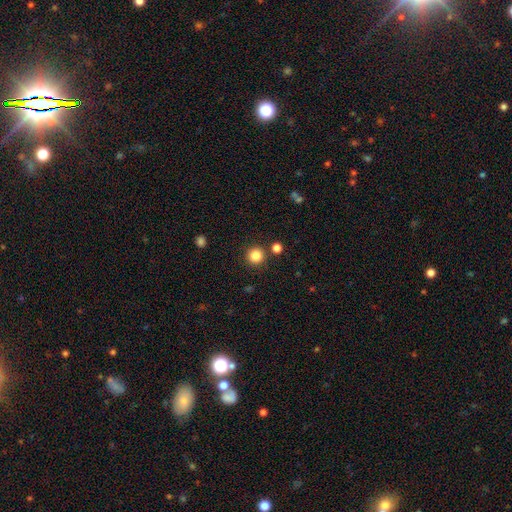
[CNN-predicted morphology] This appears to be a smooth galaxy with no disk features (84%) that is round (95%). Merging: none (88%).